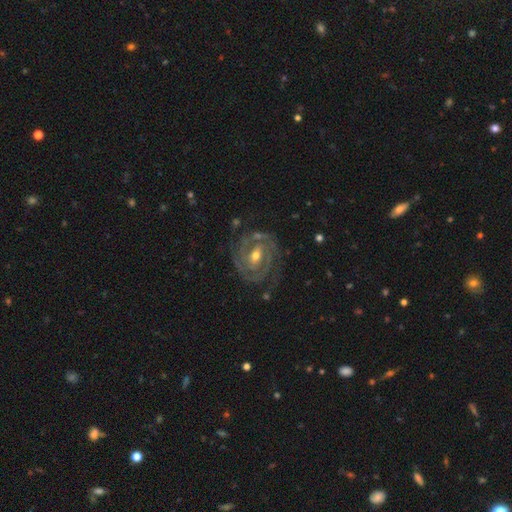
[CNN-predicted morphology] Smooth or featured? featured or disk (91%)
Edge-on disk? no (97%)
Bar? weak (44%)
Spiral arms? yes (97%)
Spiral winding? tight (72%)
Spiral arm count? 2 (60%)
Bulge size? moderate (64%)
Merging? none (76%)